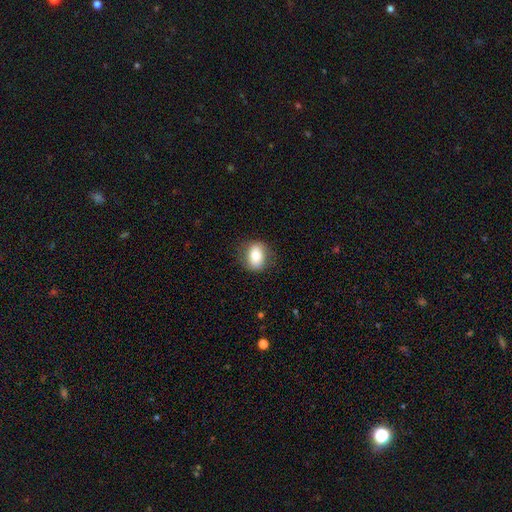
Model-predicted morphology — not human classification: type=smooth (72%); roundness=in between (63%); merging=none (81%).